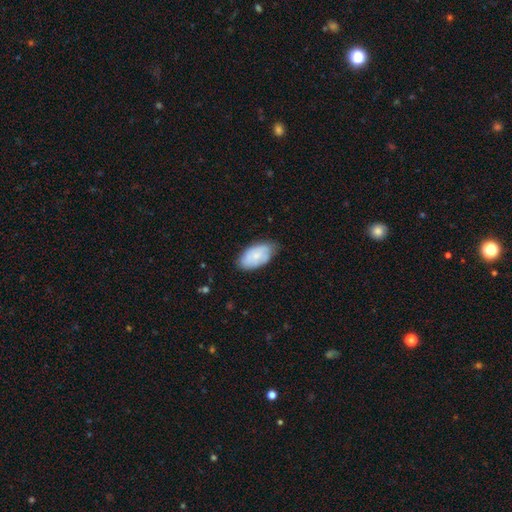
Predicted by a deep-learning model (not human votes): Smooth or featured: smooth — 64% (featured or disk — 29%)
How rounded: in between — 94% (round — 4%)
Merging: none — 65% (minor disturbance — 28%)